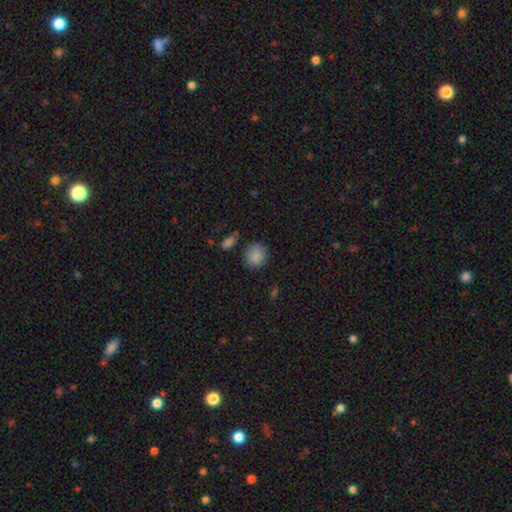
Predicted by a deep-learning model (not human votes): smooth-or-featured: smooth: 86% | star or artifact: 9% | featured or disk: 5%
  how-rounded: round: 85% | in between: 14% | cigar-shaped: 1%
  merging: none: 79% | minor disturbance: 14% | merger: 3% | major disturbance: 3%